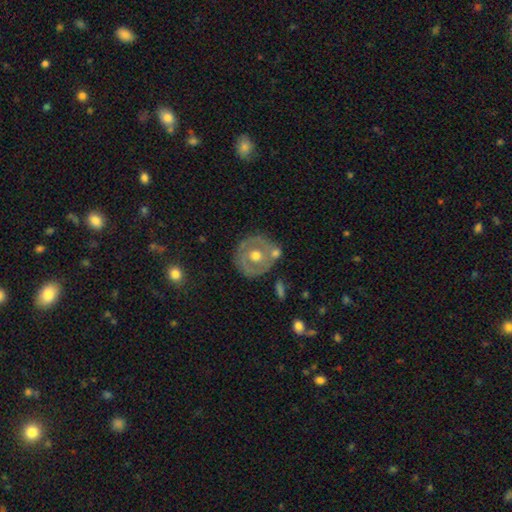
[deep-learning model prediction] Morphology: type=featured or disk (59%); edge-on=no (95%); bar=no (82%); spiral arms=no (68%); bulge=moderate (79%); merging=none (69%).